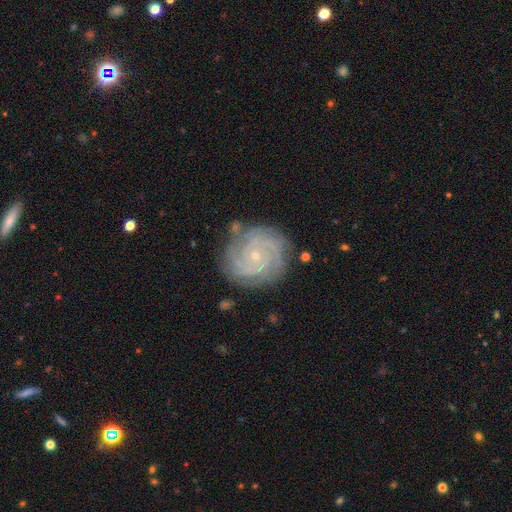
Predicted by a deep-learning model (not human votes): This is clearly a featured or disk galaxy (88%). It is clearly not viewed edge-on (98%). Bar: likely no (74%). Spiral arm pattern: clearly yes (98%). Spiral arm count: marginally 3 (30%). Spiral winding: likely tight (79%). Central bulge: clearly small (84%). Merging: clearly none (81%).